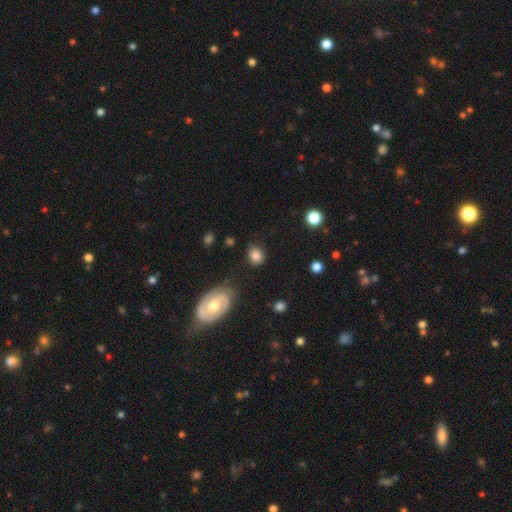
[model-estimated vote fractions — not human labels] Q: Smooth or featured?
A: smooth (80%); runner-up: featured or disk (10%)
Q: How rounded?
A: round (53%); runner-up: in between (46%)
Q: Merging?
A: none (75%); runner-up: minor disturbance (17%)